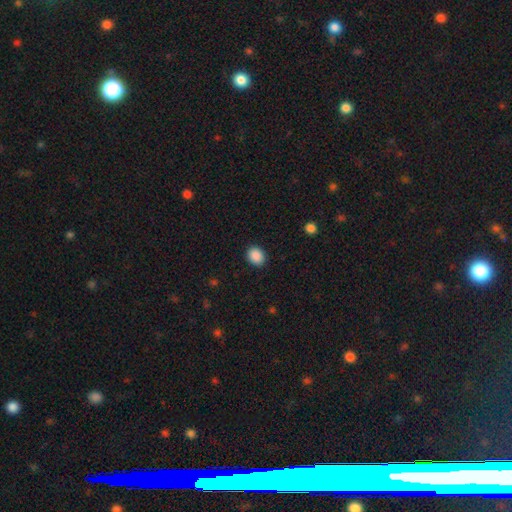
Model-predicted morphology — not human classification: Smooth or featured? smooth (89%)
How rounded? round (58%)
Merging? none (90%)